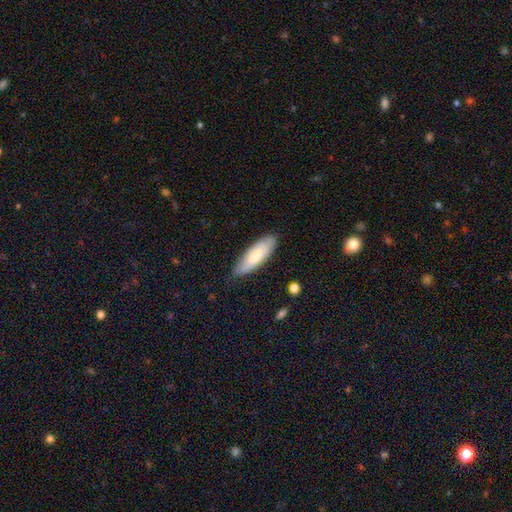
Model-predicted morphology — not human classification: Smooth or featured?
  - smooth: 69% *
  - featured or disk: 26%
  - star or artifact: 5%
How rounded?
  - in between: 62% *
  - cigar-shaped: 37%
  - round: 2%
Merging?
  - none: 82% *
  - minor disturbance: 14%
  - major disturbance: 2%
  - merger: 1%